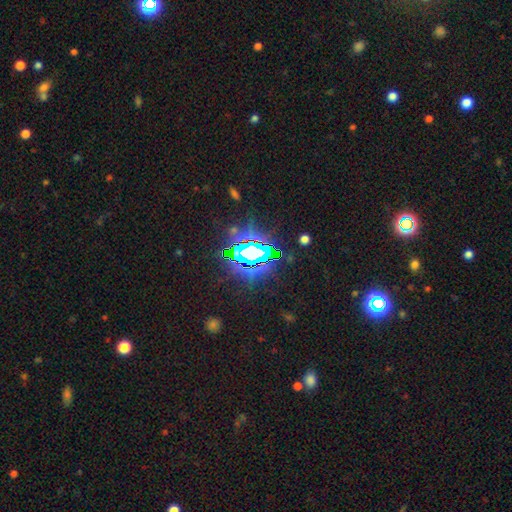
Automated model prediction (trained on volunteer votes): Morphology: type=star or artifact (79%).